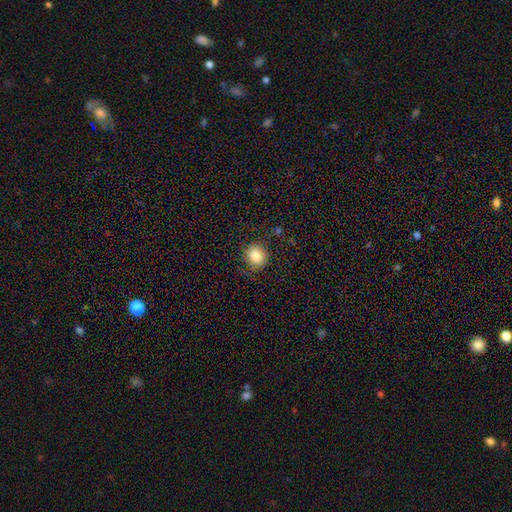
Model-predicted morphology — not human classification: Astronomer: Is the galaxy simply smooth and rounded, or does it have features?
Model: smooth — 84%.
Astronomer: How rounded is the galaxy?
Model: round — 76%.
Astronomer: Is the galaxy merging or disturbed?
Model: none — 81%.